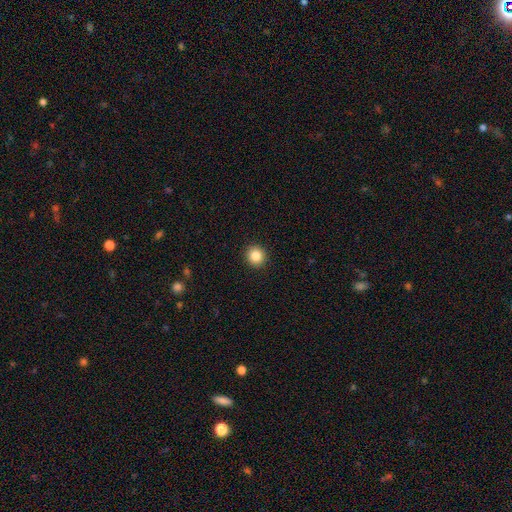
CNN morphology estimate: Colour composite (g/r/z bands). It shows a smooth galaxy with no disk features (85%) that is round (91%). Merging: none (92%).